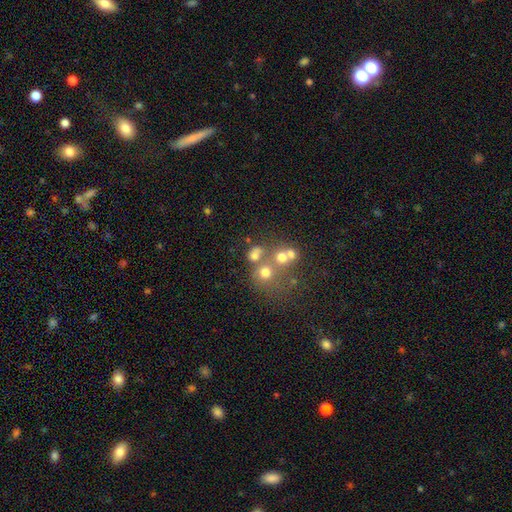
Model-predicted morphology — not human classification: A smooth galaxy with no disk features (51%) that is round (79%). Merging: merger (45%).